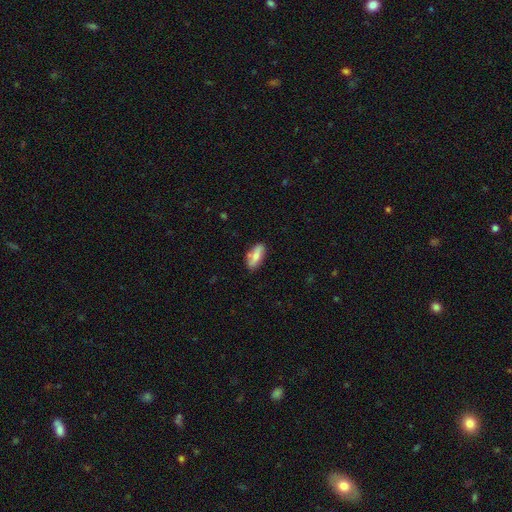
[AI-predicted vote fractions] smooth_or_featured: smooth (p=0.63) [alt: featured or disk p=0.30]
how_rounded: in between (p=0.78) [alt: cigar-shaped p=0.19]
merging: none (p=0.77) [alt: minor disturbance p=0.15]